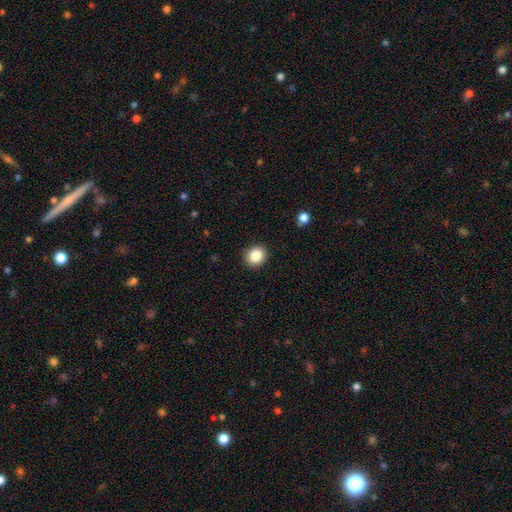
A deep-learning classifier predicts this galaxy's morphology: Smooth or featured: smooth — 86% (star or artifact — 9%)
How rounded: round — 73% (in between — 26%)
Merging: none — 90% (minor disturbance — 7%)